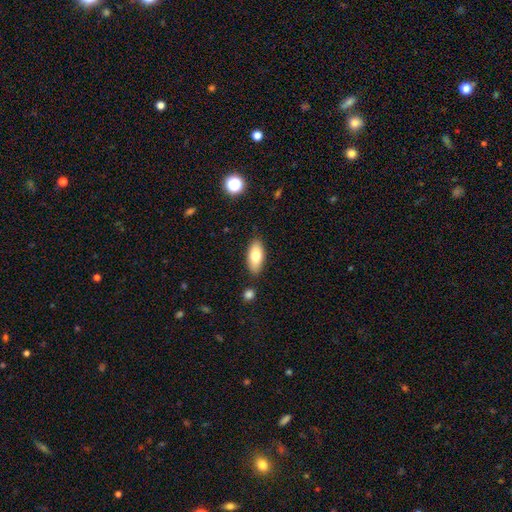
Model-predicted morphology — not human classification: The model was most divided on "smooth or featured": smooth: 78%, featured or disk: 15%, star or artifact: 7%. More confident: how rounded — in between (86%); merging — none (84%).